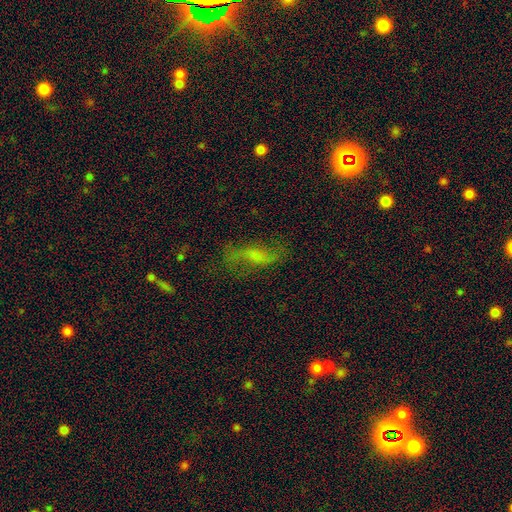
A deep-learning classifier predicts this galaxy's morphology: Q: Smooth or featured?
A: featured or disk (46%); runner-up: smooth (31%)
Q: Merging?
A: none (65%); runner-up: minor disturbance (19%)